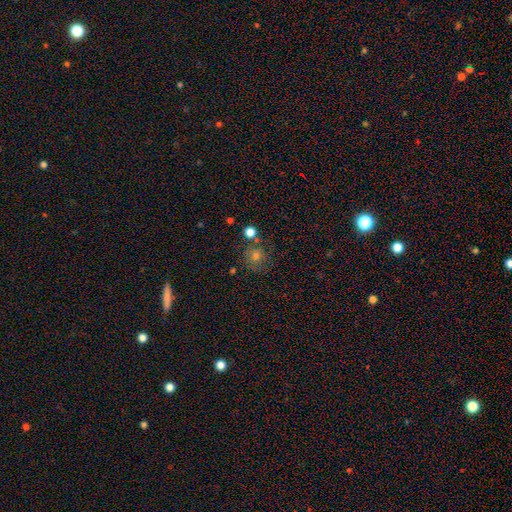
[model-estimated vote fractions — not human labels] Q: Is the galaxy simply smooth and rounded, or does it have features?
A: smooth — 58%.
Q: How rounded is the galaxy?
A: round — 90%.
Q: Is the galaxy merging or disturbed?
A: none — 73%.